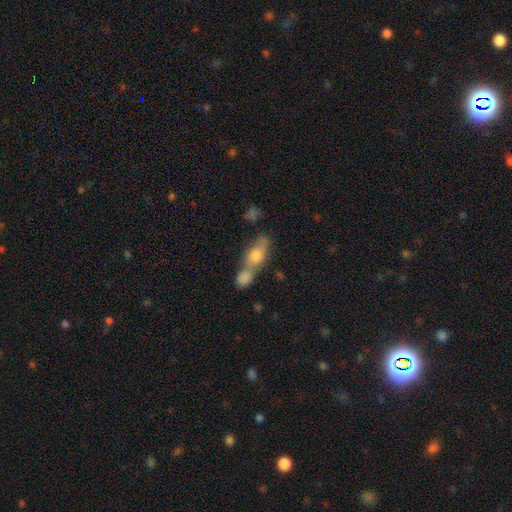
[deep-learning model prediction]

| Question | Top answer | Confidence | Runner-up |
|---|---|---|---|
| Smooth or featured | smooth | 67% | featured or disk (24%) |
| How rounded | in between | 65% | cigar-shaped (22%) |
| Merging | merger | 59% | none (27%) |